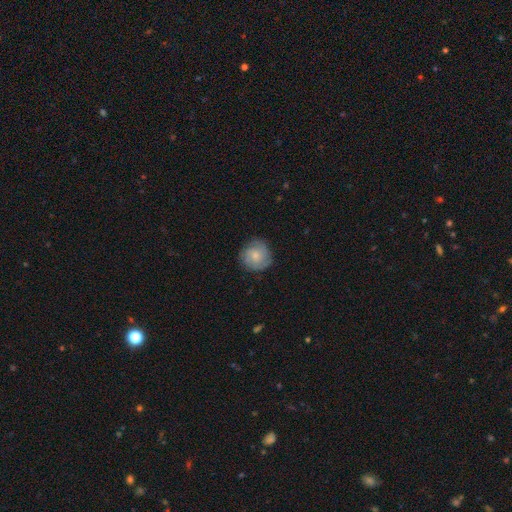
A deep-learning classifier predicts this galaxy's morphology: type=smooth (59%); roundness=round (91%); merging=none (79%).